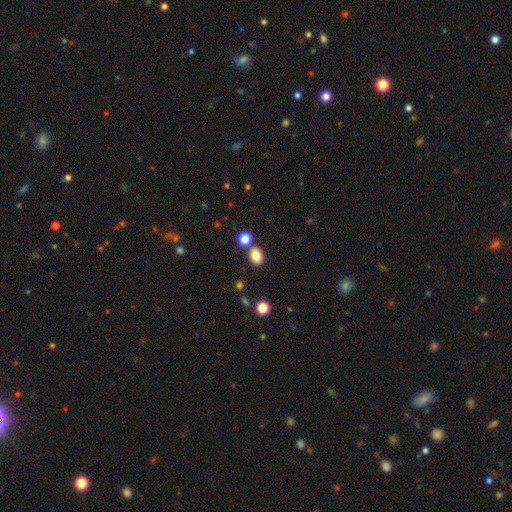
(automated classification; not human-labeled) Smooth or featured: smooth — 82% (star or artifact — 11%)
How rounded: in between — 62% (round — 37%)
Merging: none — 75% (merger — 12%)